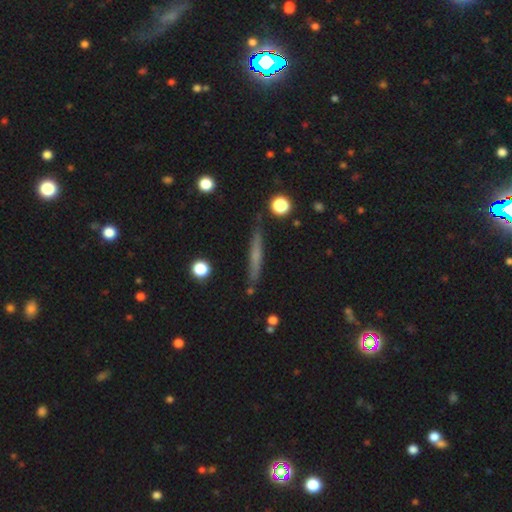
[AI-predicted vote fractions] smooth-or-featured: smooth: 51% | featured or disk: 40% | star or artifact: 9%
  how-rounded: cigar-shaped: 93% | in between: 4% | round: 3%
  merging: none: 85% | minor disturbance: 11% | major disturbance: 2% | merger: 2%